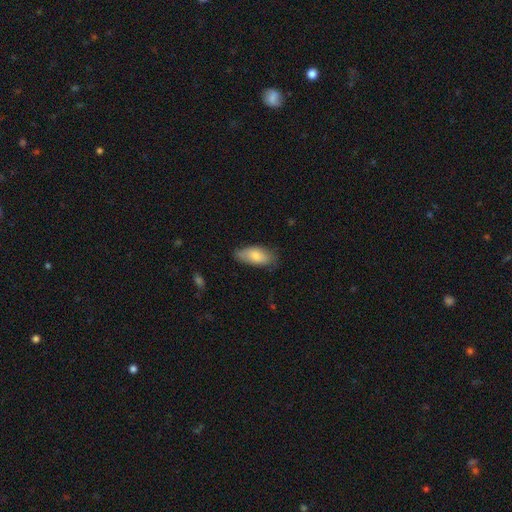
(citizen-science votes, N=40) smooth-or-featured: smooth: 82% | star or artifact: 10% | featured or disk: 8%
  how-rounded: in between: 88% | round: 9% | cigar-shaped: 3%
  merging: none: 58% | minor disturbance: 33% | major disturbance: 6% | merger: 3%